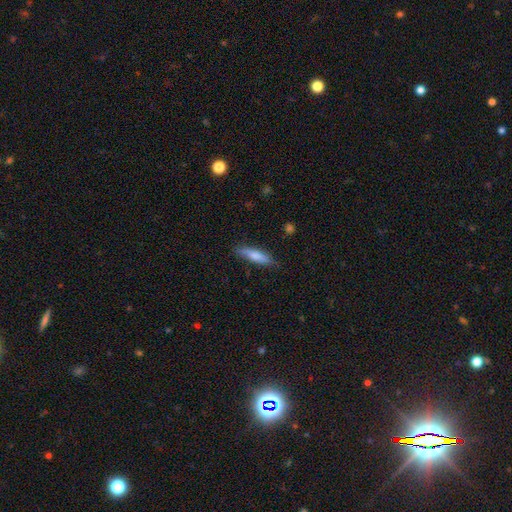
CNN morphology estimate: The model was most divided on "how rounded": cigar-shaped: 75%, in between: 24%, round: 2%. More confident: merging — none (82%); smooth or featured — smooth (73%).